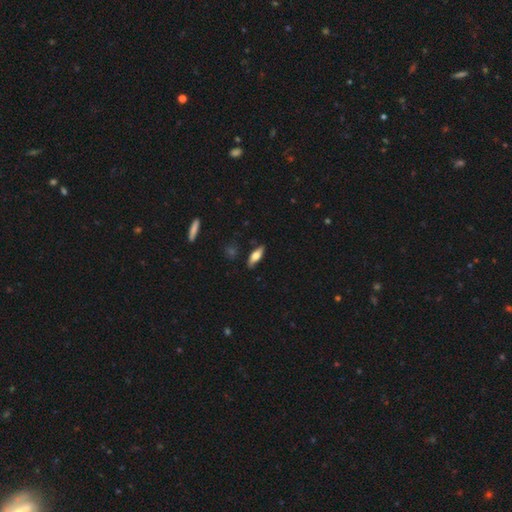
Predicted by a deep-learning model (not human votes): This is likely a smooth galaxy (66%). How rounded: likely in between (60%). Merging: clearly none (81%).